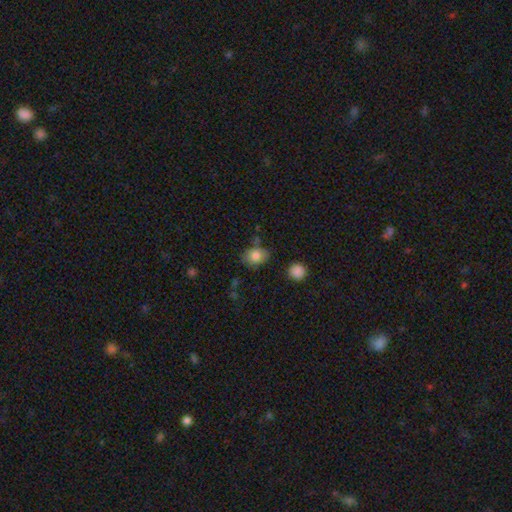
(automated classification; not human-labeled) This appears to be a smooth galaxy with no disk features (81%) that is in between round and cigar-shaped (66%). Merging: none (71%).